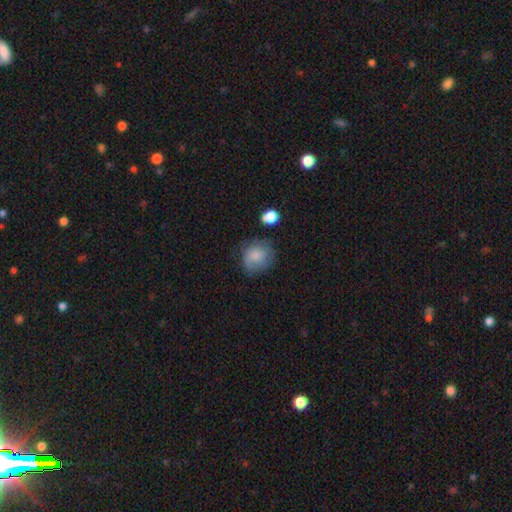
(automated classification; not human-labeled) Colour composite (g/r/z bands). It shows a smooth galaxy with no disk features (74%) that is round (73%). Merging: none (59%).